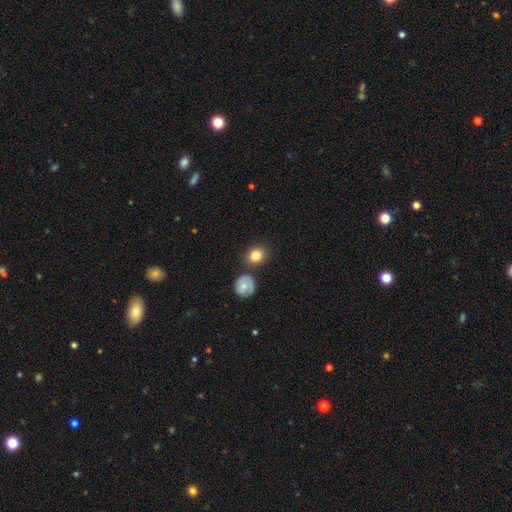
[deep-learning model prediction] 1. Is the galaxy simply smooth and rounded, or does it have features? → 82% smooth, 10% featured or disk, 9% star or artifact.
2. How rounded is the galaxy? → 69% round, 30% in between, 1% cigar-shaped.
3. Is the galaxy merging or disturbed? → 78% none, 12% minor disturbance, 8% merger, 3% major disturbance.